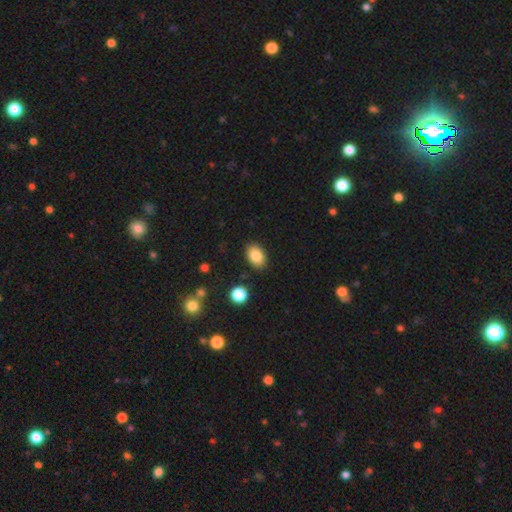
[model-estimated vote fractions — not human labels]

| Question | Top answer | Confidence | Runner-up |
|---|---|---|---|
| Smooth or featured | smooth | 86% | star or artifact (8%) |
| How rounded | in between | 85% | round (13%) |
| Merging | none | 86% | minor disturbance (9%) |